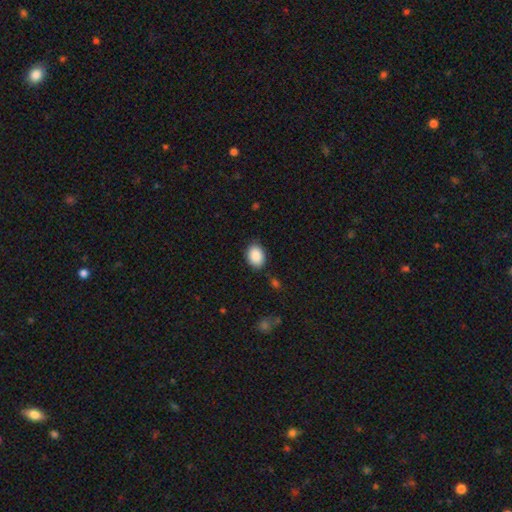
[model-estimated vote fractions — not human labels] A smooth galaxy with no disk features (89%) that is in between round and cigar-shaped (73%).

Vote fractions:
- Smooth or featured? smooth: 89% / star or artifact: 7% / featured or disk: 3%
- How rounded? in between: 73% / round: 26% / cigar-shaped: 1%
- Merging? none: 84% / minor disturbance: 12% / major disturbance: 3% / merger: 1%